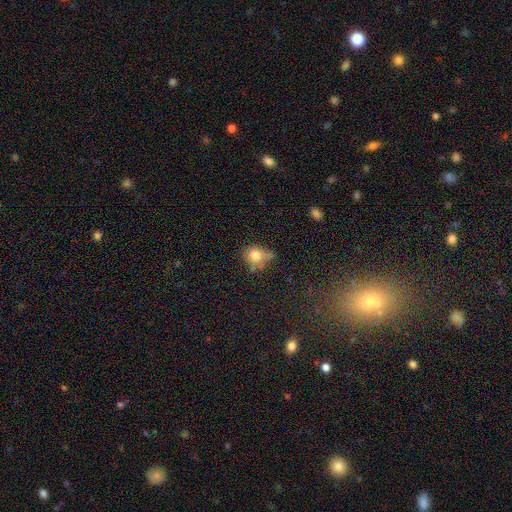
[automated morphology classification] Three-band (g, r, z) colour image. It shows a smooth galaxy with no disk features (76%) that is round (70%). Merging: none (51%).